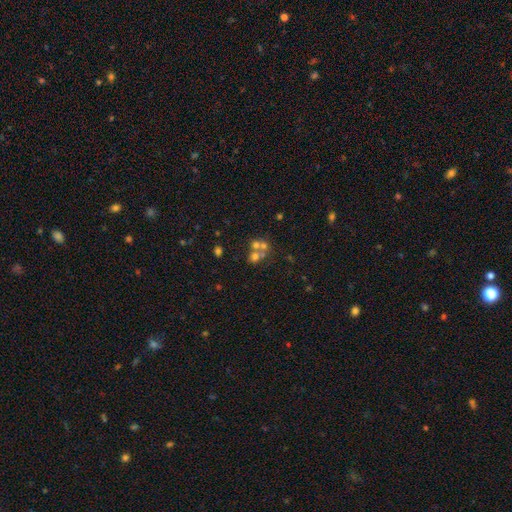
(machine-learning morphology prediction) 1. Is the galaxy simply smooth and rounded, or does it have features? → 43% smooth, 29% star or artifact, 28% featured or disk.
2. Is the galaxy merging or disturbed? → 49% merger, 38% none, 7% minor disturbance, 6% major disturbance.